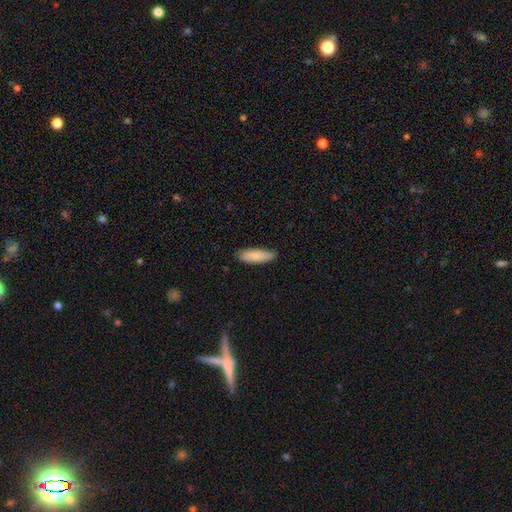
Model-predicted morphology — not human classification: Smooth or featured: smooth — 84% (featured or disk — 10%)
How rounded: in between — 57% (cigar-shaped — 42%)
Merging: none — 81% (minor disturbance — 15%)